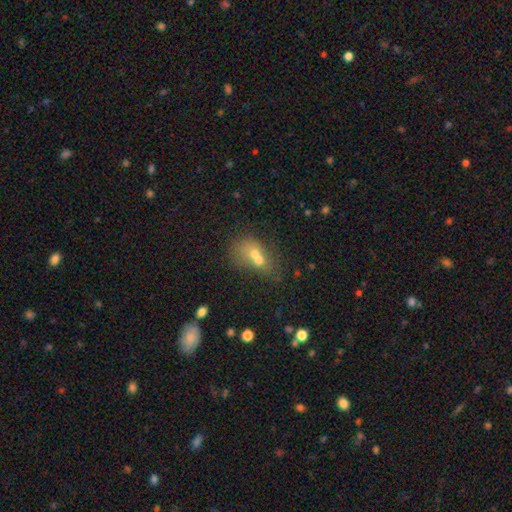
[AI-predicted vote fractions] Smooth or featured? Predicted: smooth (p=0.58). How rounded? Predicted: in between (p=0.53). Merging? Predicted: merger (p=0.66).